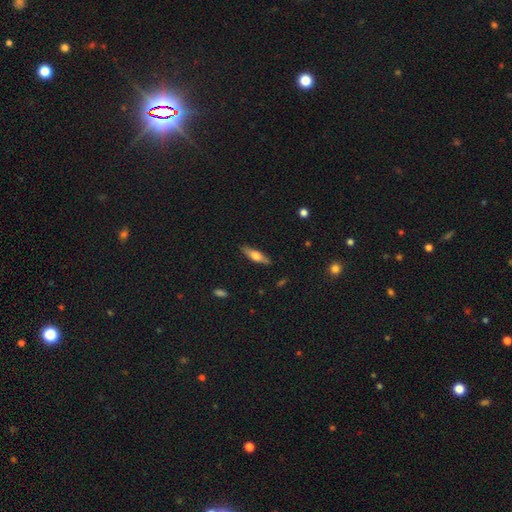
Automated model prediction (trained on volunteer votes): Smooth or featured: smooth — 48% (featured or disk — 45%)
Merging: none — 88% (minor disturbance — 9%)